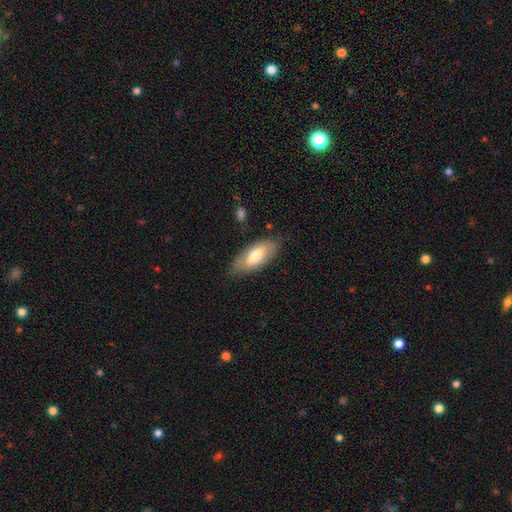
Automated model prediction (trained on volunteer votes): Smooth or featured: smooth — 68% (featured or disk — 27%)
How rounded: in between — 85% (cigar-shaped — 12%)
Merging: none — 81% (minor disturbance — 14%)